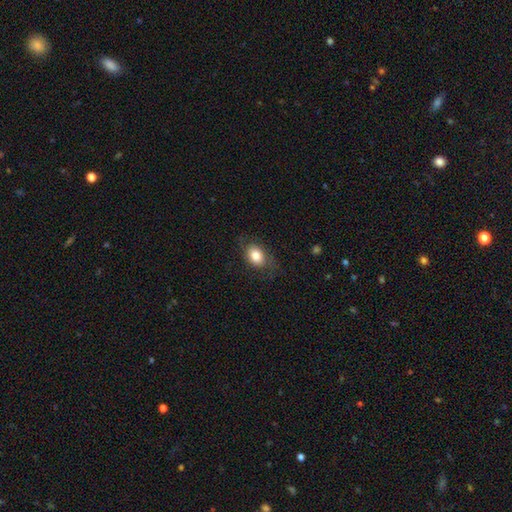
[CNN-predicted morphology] Smooth or featured? smooth (77%)
How rounded? in between (71%)
Merging? none (69%)